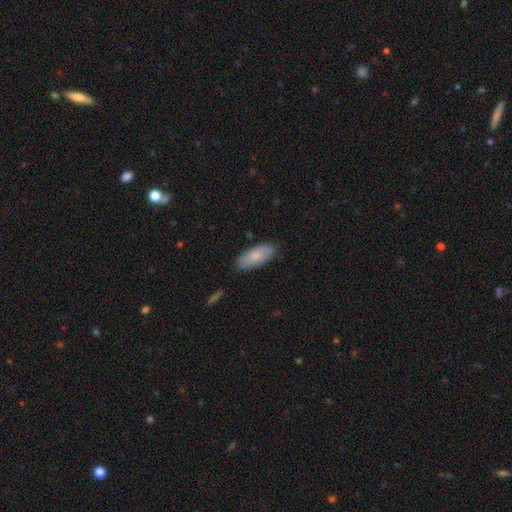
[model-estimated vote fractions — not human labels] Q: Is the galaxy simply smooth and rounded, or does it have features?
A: smooth — 79%.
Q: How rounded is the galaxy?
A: in between — 83%.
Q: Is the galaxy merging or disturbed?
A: none — 84%.